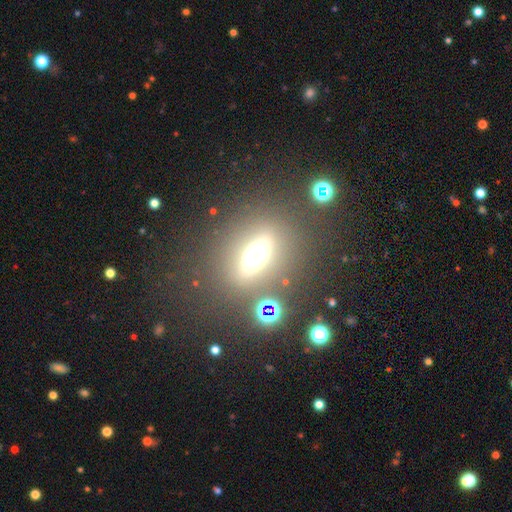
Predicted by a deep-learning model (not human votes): Overall: smooth (43%; star or artifact 31%). Merging: none (78%).